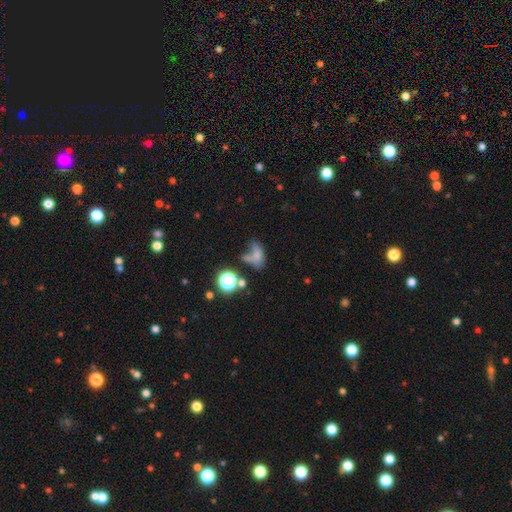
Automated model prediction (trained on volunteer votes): Smooth or featured?
  - smooth: 61% *
  - star or artifact: 20%
  - featured or disk: 19%
How rounded?
  - in between: 75% *
  - round: 21%
  - cigar-shaped: 5%
Merging?
  - none: 29% *
  - merger: 28%
  - major disturbance: 25%
  - minor disturbance: 19%